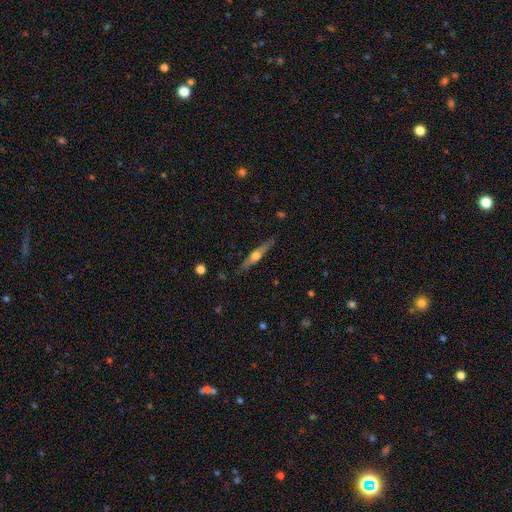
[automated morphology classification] smooth_or_featured: featured or disk (p=0.61) [alt: smooth p=0.33]
disk_edge_on: yes (p=0.95) [alt: no p=0.05]
edge_on_bulge: rounded (p=0.91) [alt: none p=0.05]
merging: none (p=0.84) [alt: minor disturbance p=0.12]